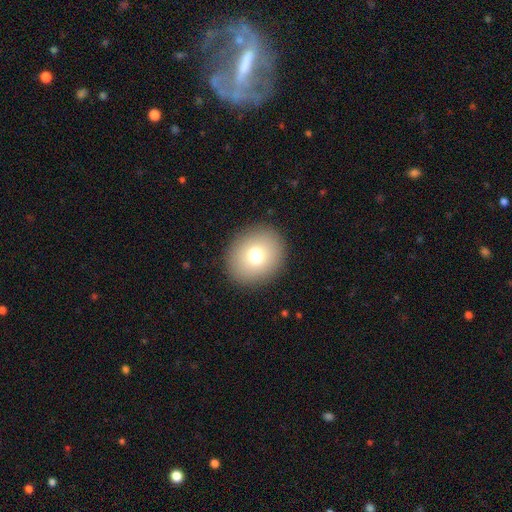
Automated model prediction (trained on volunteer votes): A smooth galaxy with no disk features (74%) that is round (69%). Merging: none (90%).